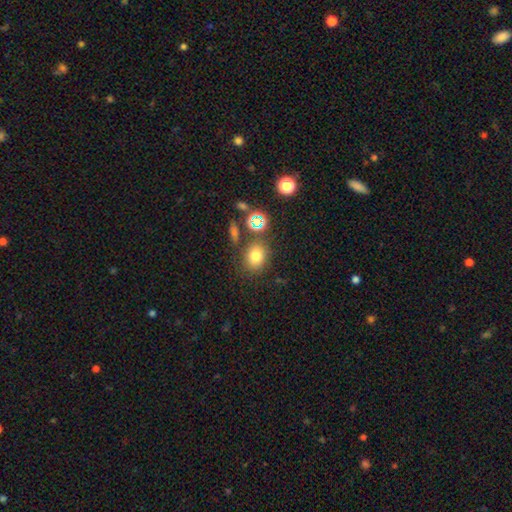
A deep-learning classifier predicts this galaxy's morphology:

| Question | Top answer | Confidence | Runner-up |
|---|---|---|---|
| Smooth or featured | smooth | 73% | star or artifact (18%) |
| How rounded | round | 59% | in between (40%) |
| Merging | none | 74% | minor disturbance (12%) |